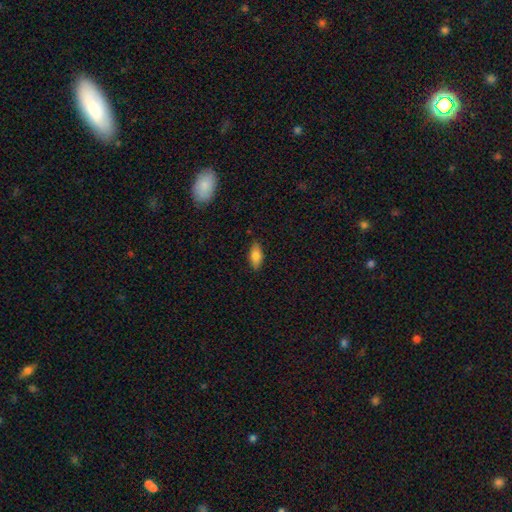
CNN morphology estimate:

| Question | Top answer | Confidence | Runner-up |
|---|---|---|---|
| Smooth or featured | smooth | 76% | featured or disk (16%) |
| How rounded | in between | 83% | cigar-shaped (14%) |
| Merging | none | 84% | minor disturbance (12%) |